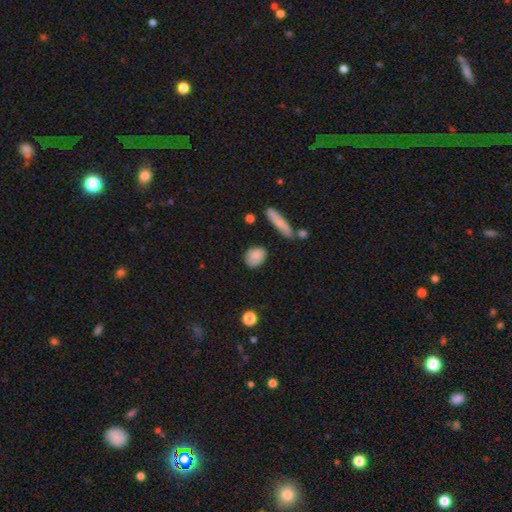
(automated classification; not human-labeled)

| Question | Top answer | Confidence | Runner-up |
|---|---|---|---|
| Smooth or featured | smooth | 79% | featured or disk (13%) |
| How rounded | in between | 62% | round (35%) |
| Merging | none | 73% | minor disturbance (19%) |